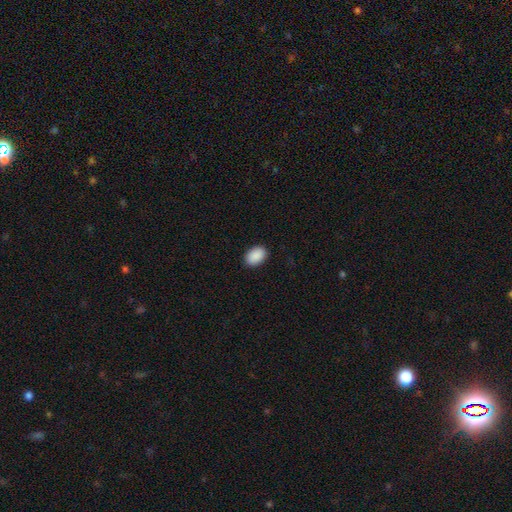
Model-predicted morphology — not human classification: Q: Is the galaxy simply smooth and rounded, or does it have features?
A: smooth — 91%.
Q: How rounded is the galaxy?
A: in between — 88%.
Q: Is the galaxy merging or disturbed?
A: none — 90%.